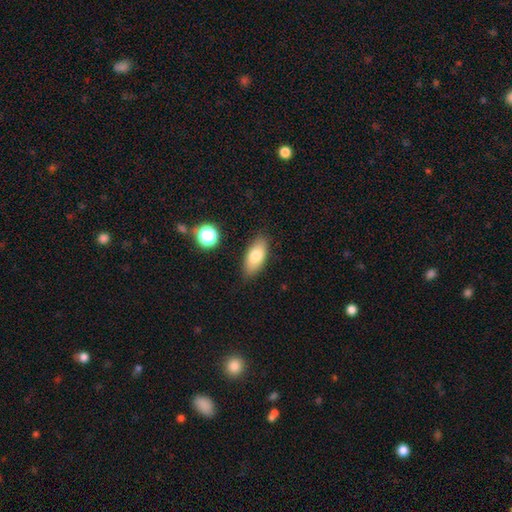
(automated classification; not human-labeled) A smooth galaxy with no disk features (79%) that is in between round and cigar-shaped (86%).

Vote fractions:
- Smooth or featured? smooth: 79% / featured or disk: 13% / star or artifact: 8%
- How rounded? in between: 86% / cigar-shaped: 10% / round: 3%
- Merging? none: 84% / minor disturbance: 12% / major disturbance: 2% / merger: 2%